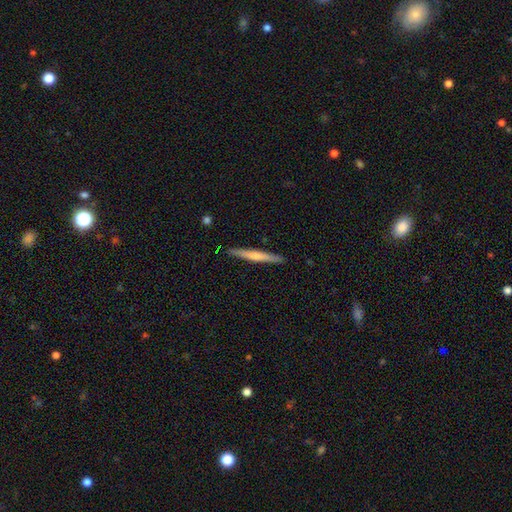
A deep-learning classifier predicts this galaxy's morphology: smooth_or_featured: smooth (p=0.48) [alt: featured or disk p=0.46]
merging: none (p=0.90) [alt: minor disturbance p=0.07]